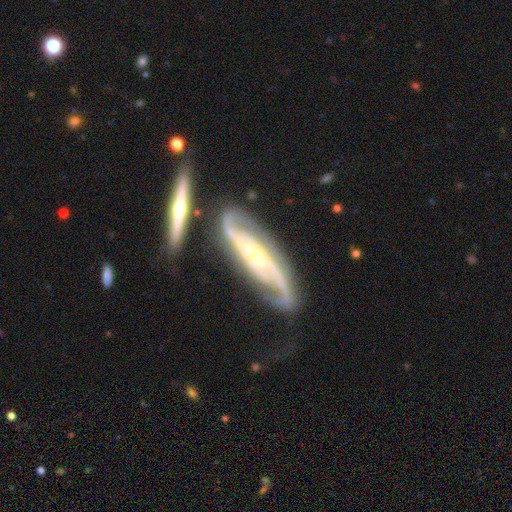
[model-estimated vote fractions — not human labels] Overall: featured or disk (91%). Edge-on disk: no (87%). Bar: no (41%; weak 35%). Spiral arms: yes (98%). Spiral arm count: 2 (83%). Spiral winding: medium (50%; tight 30%). Bulge size: small (60%; moderate 33%). Merging: none (66%).